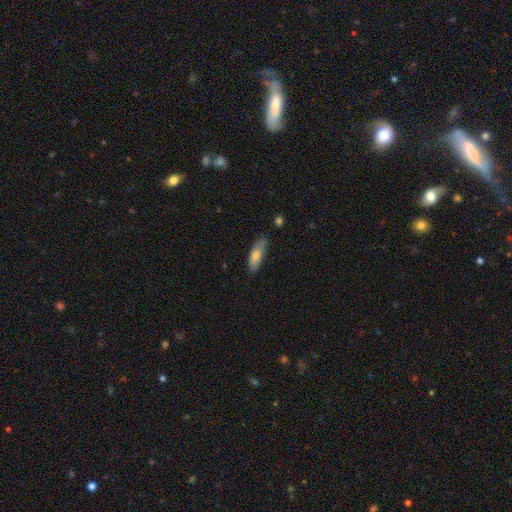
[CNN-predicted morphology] A smooth galaxy with no disk features (75%) that is in between round and cigar-shaped (52%).

Vote fractions:
- Smooth or featured? smooth: 75% / featured or disk: 19% / star or artifact: 6%
- How rounded? in between: 52% / cigar-shaped: 46% / round: 2%
- Merging? none: 76% / minor disturbance: 19% / major disturbance: 3% / merger: 2%